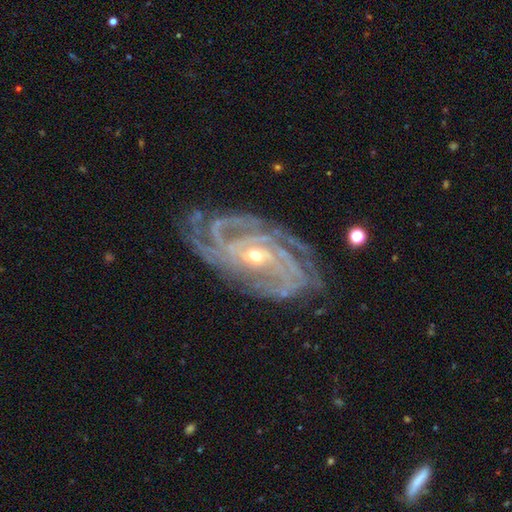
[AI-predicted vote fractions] A featured or disk galaxy (91%) with no bar (51%), 4 (24%) tight (67%) spiral arms (98%) and a small central bulge (62%).

Vote fractions:
- Smooth or featured? featured or disk: 91% / star or artifact: 5% / smooth: 3%
- Edge-on disk? no: 96% / yes: 4%
- Bar? no: 51% / weak: 32% / strong: 18%
- Spiral arms? yes: 98% / no: 2%
- Spiral winding? tight: 67% / medium: 27% / loose: 6%
- Spiral arm count? 4: 24% / 3: 22% / can't tell: 16% / 2: 16% / more than 4: 15% / 1: 7%
- Bulge size? small: 62% / moderate: 35% / large: 2% / none: 1% / dominant: 1%
- Merging? none: 71% / minor disturbance: 19% / major disturbance: 9% / merger: 2%